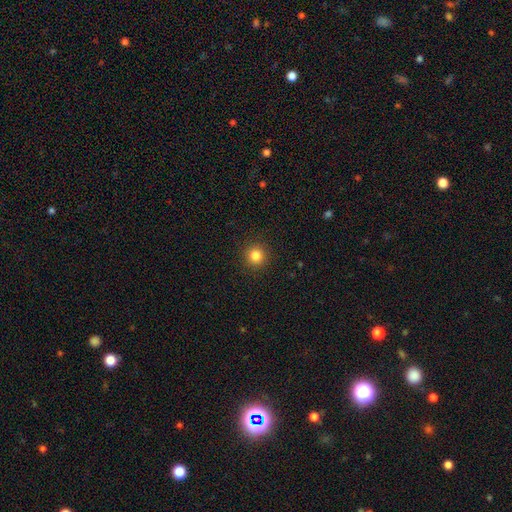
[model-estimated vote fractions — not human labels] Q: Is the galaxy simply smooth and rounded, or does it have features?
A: smooth — 84%.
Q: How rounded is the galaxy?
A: round — 95%.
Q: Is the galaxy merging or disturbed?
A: none — 91%.